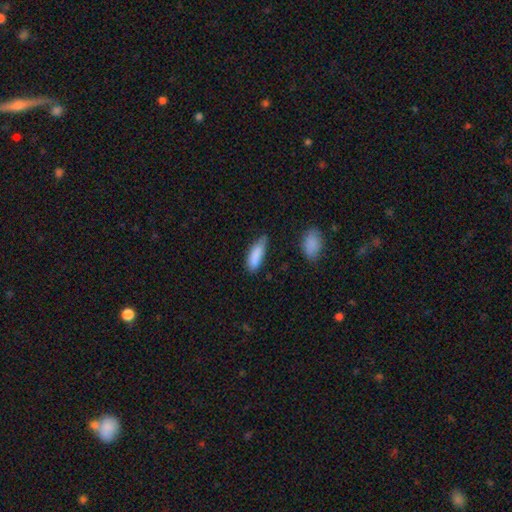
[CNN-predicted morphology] smooth-or-featured: smooth: 85% | featured or disk: 8% | star or artifact: 7%
  how-rounded: in between: 62% | cigar-shaped: 36% | round: 2%
  merging: none: 48% | minor disturbance: 39% | major disturbance: 9% | merger: 4%